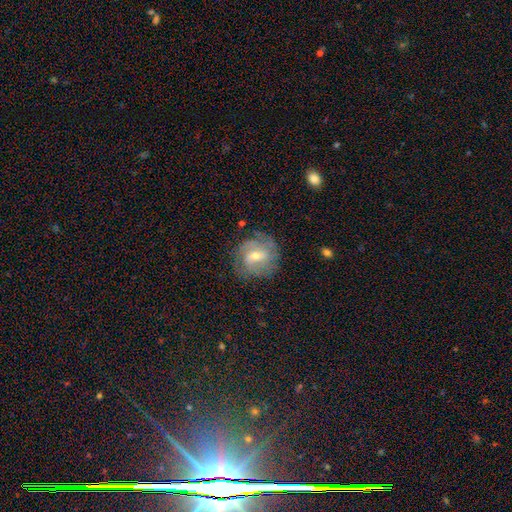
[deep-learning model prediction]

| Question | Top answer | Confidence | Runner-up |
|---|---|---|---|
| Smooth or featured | featured or disk | 68% | smooth (23%) |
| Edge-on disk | no | 96% | yes (4%) |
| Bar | weak | 54% | no (25%) |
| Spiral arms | yes | 82% | no (18%) |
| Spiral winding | tight | 44% | medium (38%) |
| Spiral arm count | can't tell | 41% | 2 (32%) |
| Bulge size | moderate | 48% | tied: small (48%) |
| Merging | none | 74% | minor disturbance (17%) |